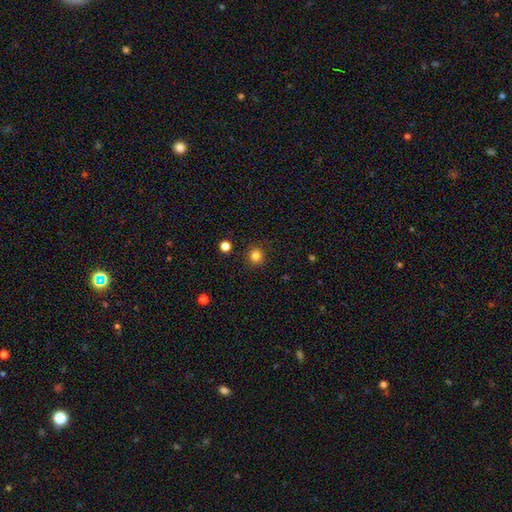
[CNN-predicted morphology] This is clearly a smooth galaxy (83%). How rounded: clearly round (93%). Merging: clearly none (91%).